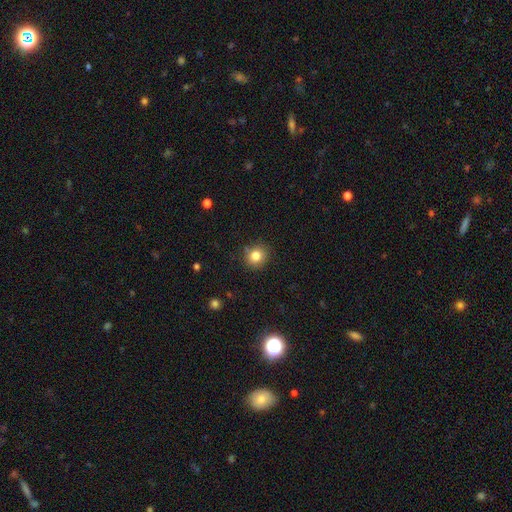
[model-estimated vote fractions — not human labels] A smooth galaxy with no disk features (82%) that is round (84%). Merging: none (85%).